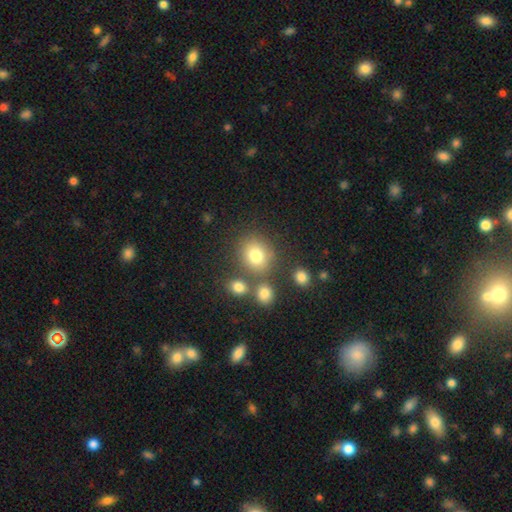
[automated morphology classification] smooth-or-featured: smooth: 77% | star or artifact: 13% | featured or disk: 9%
  how-rounded: round: 70% | in between: 29% | cigar-shaped: 1%
  merging: none: 68% | merger: 16% | minor disturbance: 11% | major disturbance: 5%